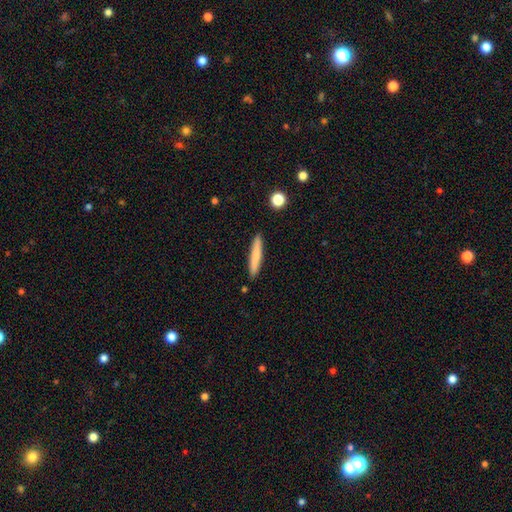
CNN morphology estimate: type=smooth (76%); roundness=cigar-shaped (94%); merging=none (90%).